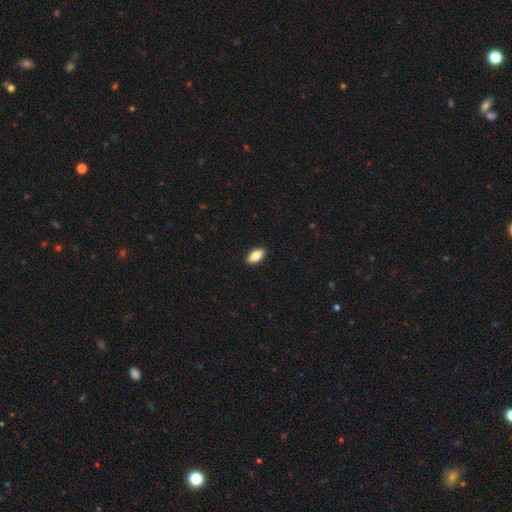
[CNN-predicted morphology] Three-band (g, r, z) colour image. It shows a smooth galaxy with no disk features (83%) that is in between round and cigar-shaped (91%). Merging: none (91%).